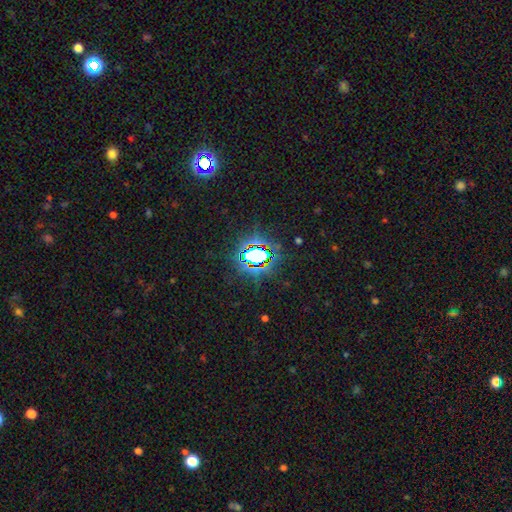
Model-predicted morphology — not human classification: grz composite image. It shows a star or artifact, not a galaxy (72%).